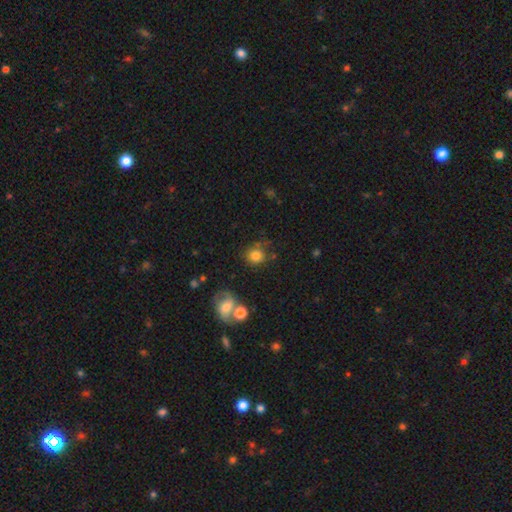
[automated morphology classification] Q: Smooth or featured?
A: smooth (80%); runner-up: star or artifact (11%)
Q: How rounded?
A: round (83%); runner-up: in between (16%)
Q: Merging?
A: none (67%); runner-up: minor disturbance (16%)